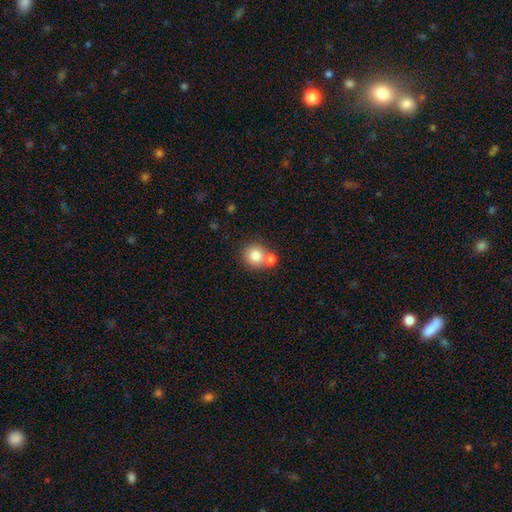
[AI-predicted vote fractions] This appears to be a smooth galaxy with no disk features (80%) that is round (87%). Merging: none (52%).